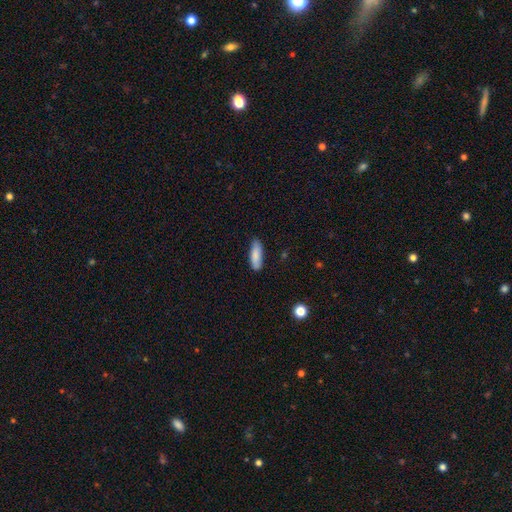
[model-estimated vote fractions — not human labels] Smooth or featured: smooth — 85% (featured or disk — 9%)
How rounded: in between — 54% (cigar-shaped — 45%)
Merging: none — 83% (minor disturbance — 14%)